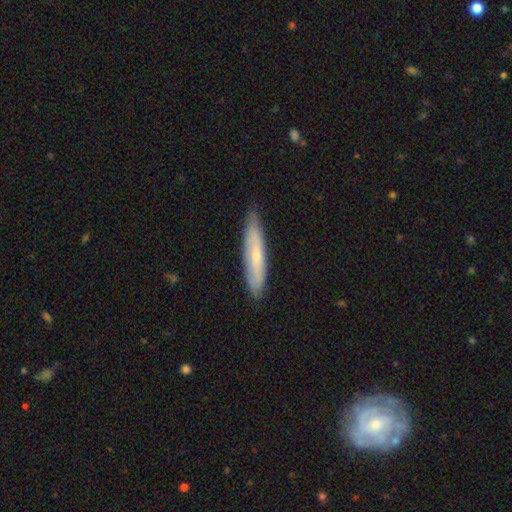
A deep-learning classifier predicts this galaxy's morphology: smooth 52%, featured or disk 42%, star or artifact 6%. Down the decision tree: how rounded — cigar-shaped (85%); merging — none (85%).